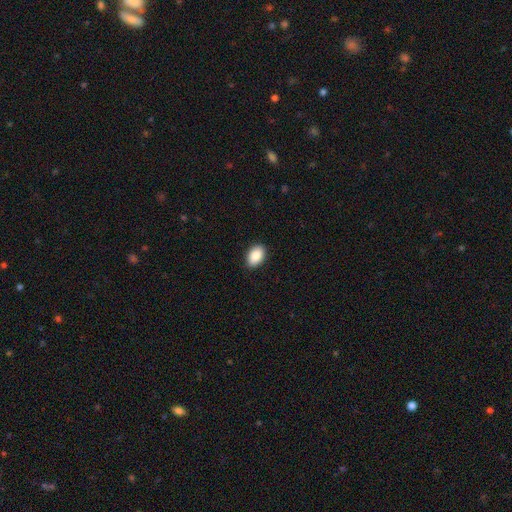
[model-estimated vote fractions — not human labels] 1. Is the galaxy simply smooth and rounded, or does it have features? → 88% smooth, 7% star or artifact, 5% featured or disk.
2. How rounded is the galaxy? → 88% in between, 10% round, 1% cigar-shaped.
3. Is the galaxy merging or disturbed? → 89% none, 9% minor disturbance, 2% major disturbance, 1% merger.